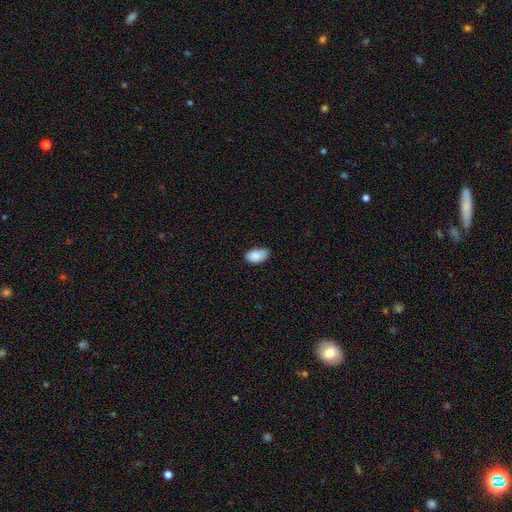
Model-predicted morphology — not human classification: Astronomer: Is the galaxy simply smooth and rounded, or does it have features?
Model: smooth — 88%.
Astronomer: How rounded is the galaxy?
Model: in between — 92%.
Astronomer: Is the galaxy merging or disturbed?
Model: none — 62%.